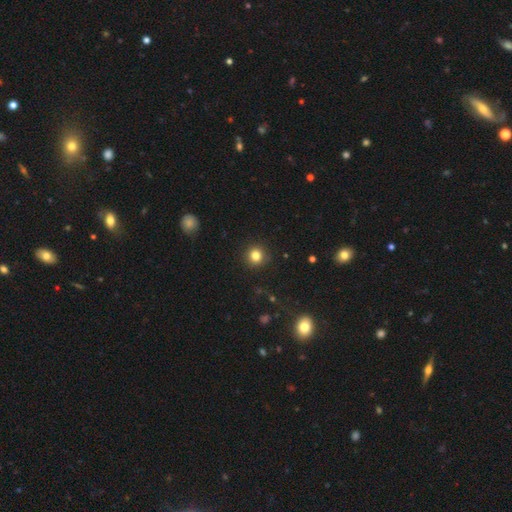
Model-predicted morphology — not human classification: The model was most divided on "smooth or featured": smooth: 83%, star or artifact: 12%, featured or disk: 5%. More confident: how rounded — round (93%); merging — none (91%).